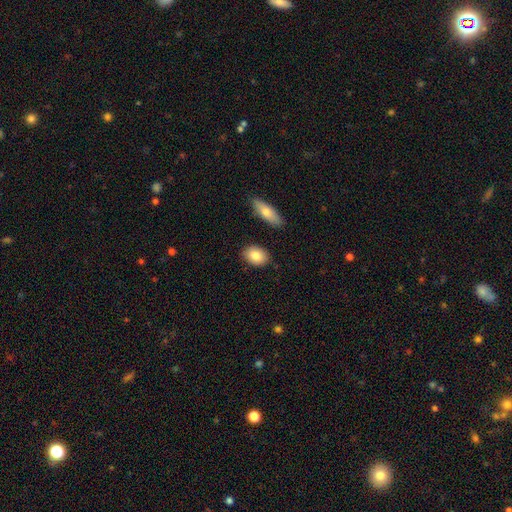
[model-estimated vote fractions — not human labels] Smooth or featured?
  - smooth: 82% *
  - featured or disk: 11%
  - star or artifact: 7%
How rounded?
  - in between: 76% *
  - round: 22%
  - cigar-shaped: 2%
Merging?
  - none: 85% *
  - minor disturbance: 9%
  - merger: 4%
  - major disturbance: 2%